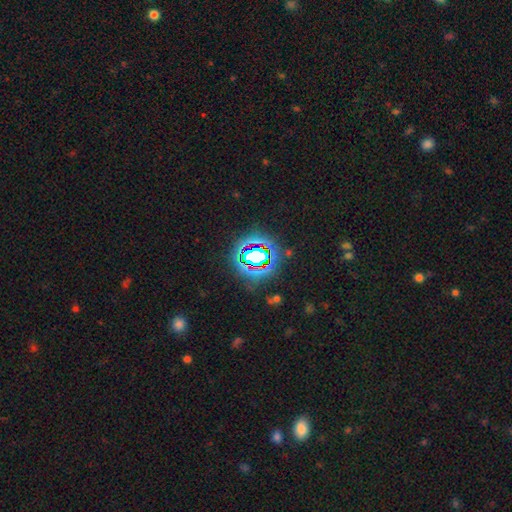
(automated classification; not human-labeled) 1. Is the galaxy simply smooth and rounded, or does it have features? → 68% star or artifact, 20% smooth, 12% featured or disk.